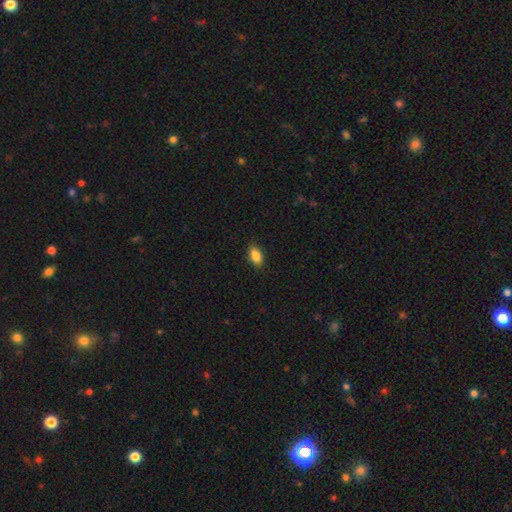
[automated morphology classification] A smooth galaxy with no disk features (87%) that is in between round and cigar-shaped (90%).

Vote fractions:
- Smooth or featured? smooth: 87% / star or artifact: 8% / featured or disk: 6%
- How rounded? in between: 90% / round: 6% / cigar-shaped: 4%
- Merging? none: 88% / minor disturbance: 9% / major disturbance: 2% / merger: 1%